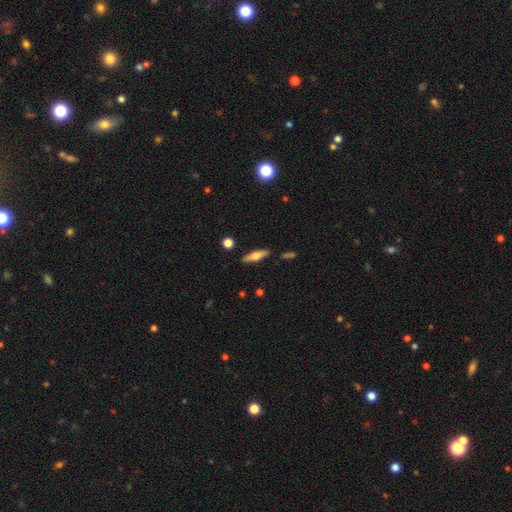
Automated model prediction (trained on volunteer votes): A smooth galaxy with no disk features (50%) that is cigar-shaped (66%).

Vote fractions:
- Smooth or featured? smooth: 50% / featured or disk: 43% / star or artifact: 7%
- How rounded? cigar-shaped: 66% / in between: 31% / round: 3%
- Merging? none: 86% / minor disturbance: 9% / merger: 3% / major disturbance: 2%